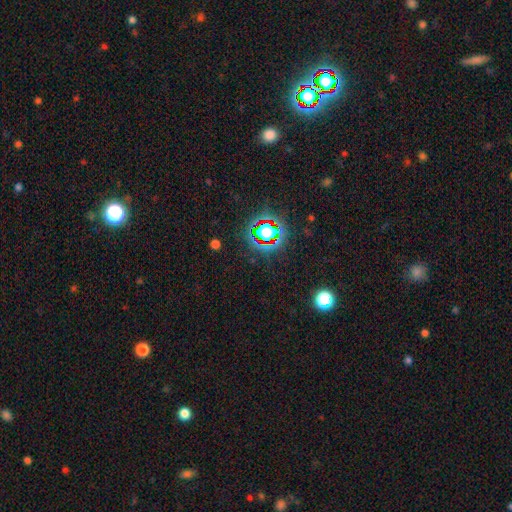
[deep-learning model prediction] Q: Smooth or featured?
A: star or artifact (79%); runner-up: smooth (13%)